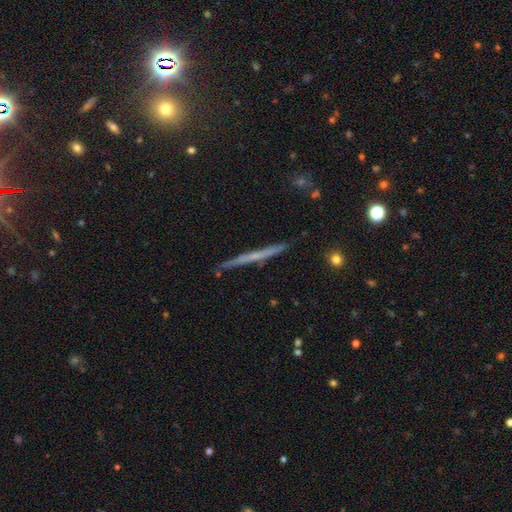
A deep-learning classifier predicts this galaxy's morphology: Smooth or featured: featured or disk — 61% (smooth — 31%)
Edge-on disk: yes — 97% (no — 3%)
Edge-on bulge: none — 78% (rounded — 17%)
Merging: none — 90% (minor disturbance — 7%)